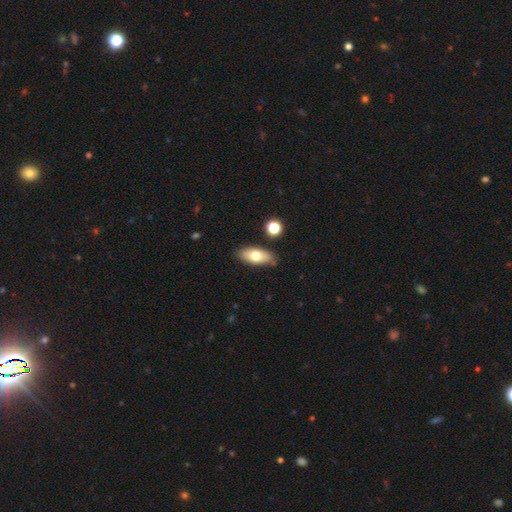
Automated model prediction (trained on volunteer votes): Smooth or featured: smooth — 69% (featured or disk — 24%)
How rounded: in between — 84% (cigar-shaped — 13%)
Merging: none — 81% (minor disturbance — 13%)